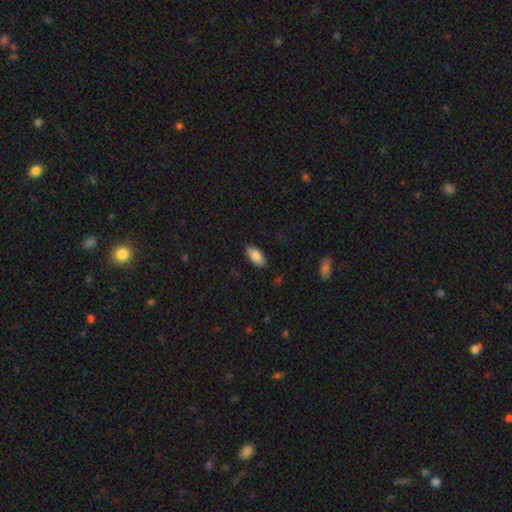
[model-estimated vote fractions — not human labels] Q: Smooth or featured?
A: smooth (84%); runner-up: featured or disk (10%)
Q: How rounded?
A: in between (90%); runner-up: cigar-shaped (8%)
Q: Merging?
A: none (87%); runner-up: minor disturbance (10%)